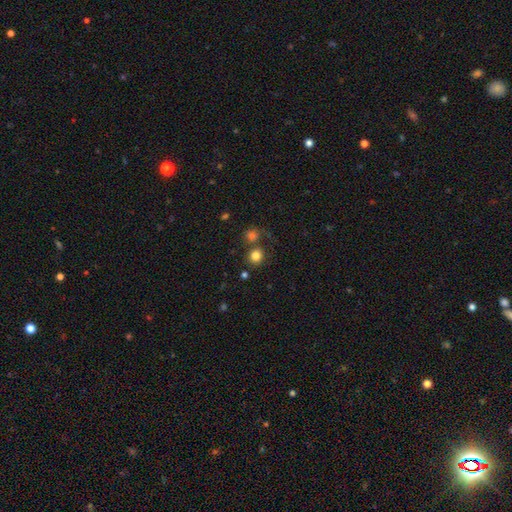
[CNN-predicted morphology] Smooth or featured?
  - smooth: 81% *
  - star or artifact: 13%
  - featured or disk: 7%
How rounded?
  - round: 85% *
  - in between: 14%
  - cigar-shaped: 1%
Merging?
  - none: 69% *
  - merger: 18%
  - minor disturbance: 9%
  - major disturbance: 4%